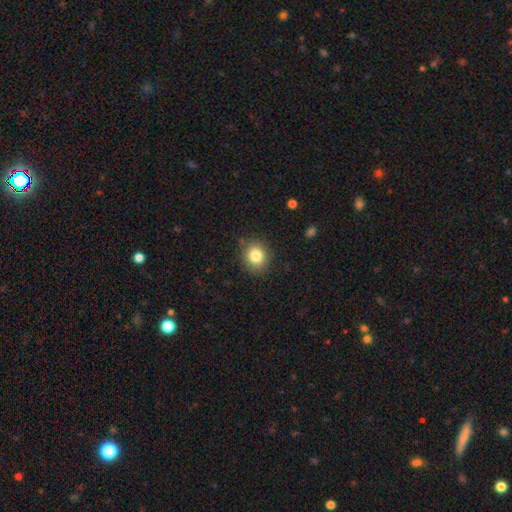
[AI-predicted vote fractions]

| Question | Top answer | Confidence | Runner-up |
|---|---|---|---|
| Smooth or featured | smooth | 82% | star or artifact (11%) |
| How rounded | round | 76% | in between (23%) |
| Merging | none | 85% | minor disturbance (11%) |